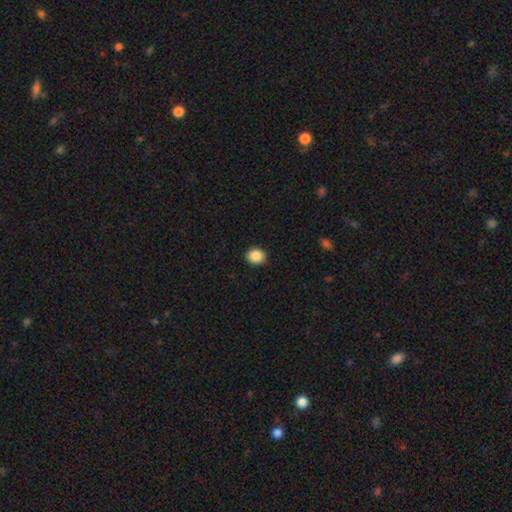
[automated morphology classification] Smooth or featured? Predicted: smooth (p=0.87). How rounded? Predicted: round (p=0.72). Merging? Predicted: none (p=0.92).